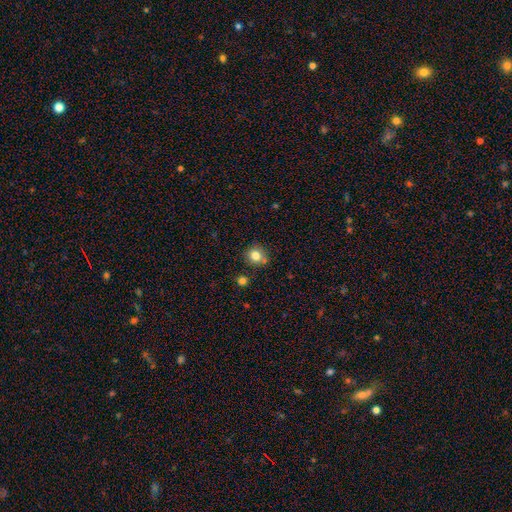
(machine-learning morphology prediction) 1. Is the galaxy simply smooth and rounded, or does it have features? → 81% smooth, 12% star or artifact, 7% featured or disk.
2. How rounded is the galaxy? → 86% round, 13% in between, 1% cigar-shaped.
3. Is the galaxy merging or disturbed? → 77% none, 11% minor disturbance, 9% merger, 3% major disturbance.